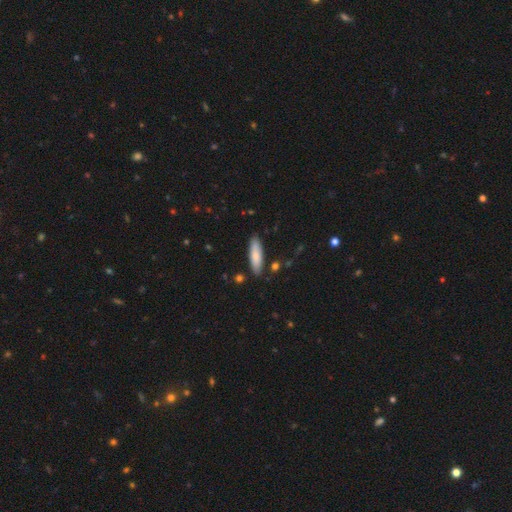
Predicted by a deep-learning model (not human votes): Morphology: type=smooth (80%); roundness=cigar-shaped (59%); merging=none (86%).